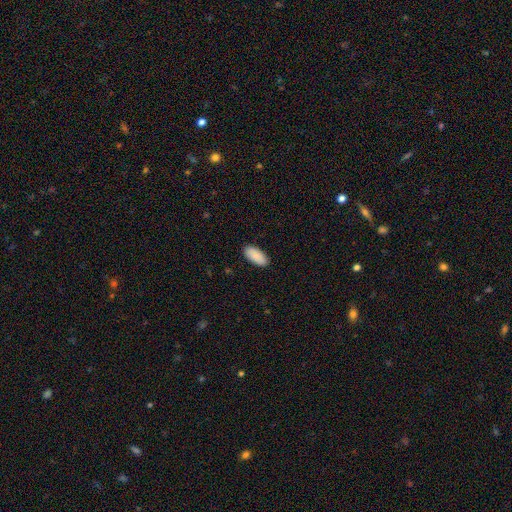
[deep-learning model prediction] Overall: smooth (91%). How rounded: in between (91%). Merging: none (90%).